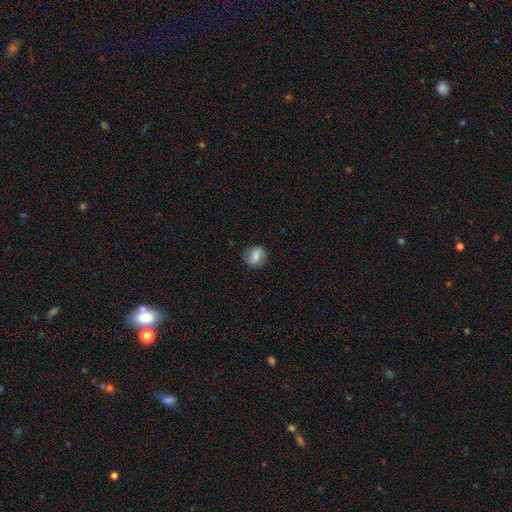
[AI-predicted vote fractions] Smooth or featured? smooth (66%)
How rounded? round (66%)
Merging? none (80%)